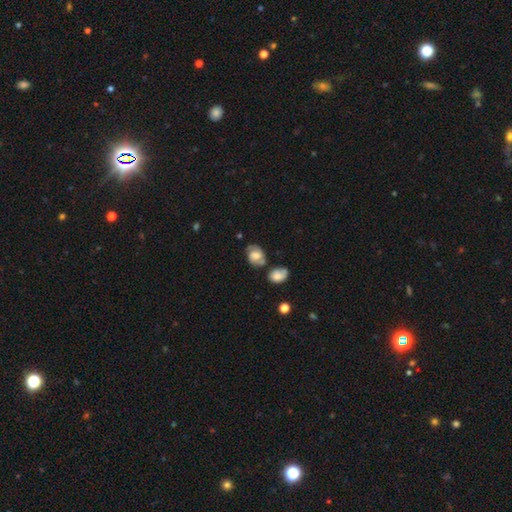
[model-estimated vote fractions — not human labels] Q: Smooth or featured?
A: featured or disk (54%); runner-up: smooth (38%)
Q: Edge-on disk?
A: no (97%); runner-up: yes (3%)
Q: Bar?
A: no (61%); runner-up: weak (33%)
Q: Spiral arms?
A: yes (84%); runner-up: no (16%)
Q: Bulge size?
A: moderate (58%); runner-up: small (19%)
Q: Merging?
A: none (58%); runner-up: minor disturbance (21%)